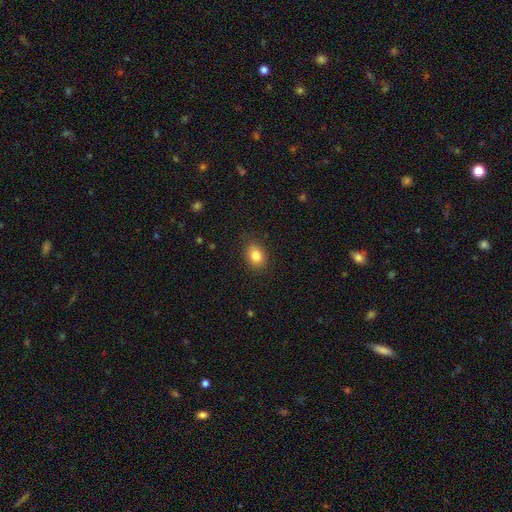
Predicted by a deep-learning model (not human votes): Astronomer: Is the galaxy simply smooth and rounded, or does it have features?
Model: smooth — 83%.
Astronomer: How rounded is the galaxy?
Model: in between — 58% (runner-up: round, 41%).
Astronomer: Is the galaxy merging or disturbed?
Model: none — 84%.